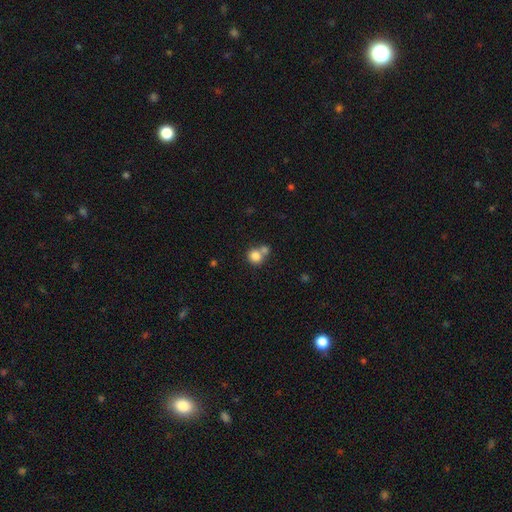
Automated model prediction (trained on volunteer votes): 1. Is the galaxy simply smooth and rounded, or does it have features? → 82% smooth, 10% star or artifact, 8% featured or disk.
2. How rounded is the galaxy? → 85% round, 14% in between, 1% cigar-shaped.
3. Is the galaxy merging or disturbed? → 46% none, 43% merger, 8% minor disturbance, 3% major disturbance.